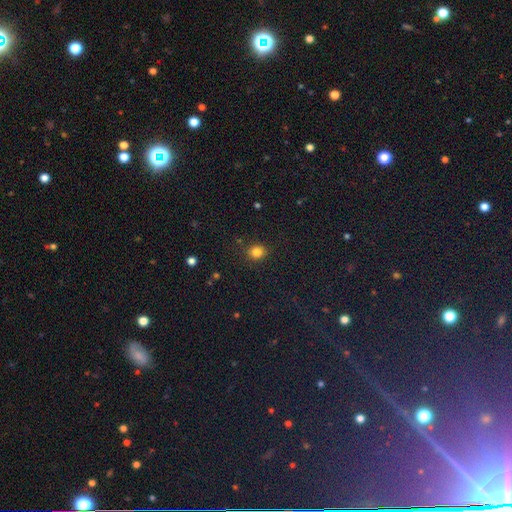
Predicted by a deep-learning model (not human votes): Smooth or featured? smooth (75%)
How rounded? round (82%)
Merging? none (89%)